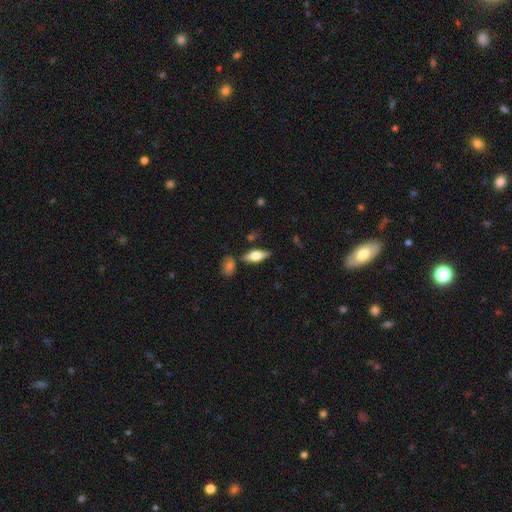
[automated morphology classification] smooth-or-featured: featured or disk: 49% | smooth: 45% | star or artifact: 7%
  merging: none: 79% | minor disturbance: 12% | merger: 5% | major disturbance: 3%